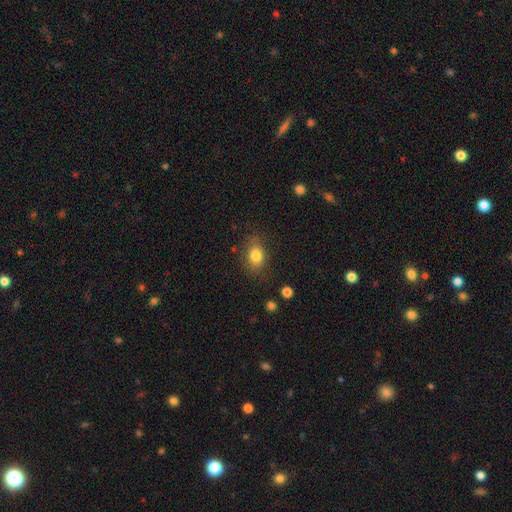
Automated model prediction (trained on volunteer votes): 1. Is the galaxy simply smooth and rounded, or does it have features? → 82% smooth, 10% star or artifact, 8% featured or disk.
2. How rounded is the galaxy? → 67% in between, 31% round, 2% cigar-shaped.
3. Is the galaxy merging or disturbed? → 76% none, 17% minor disturbance, 5% major disturbance, 2% merger.